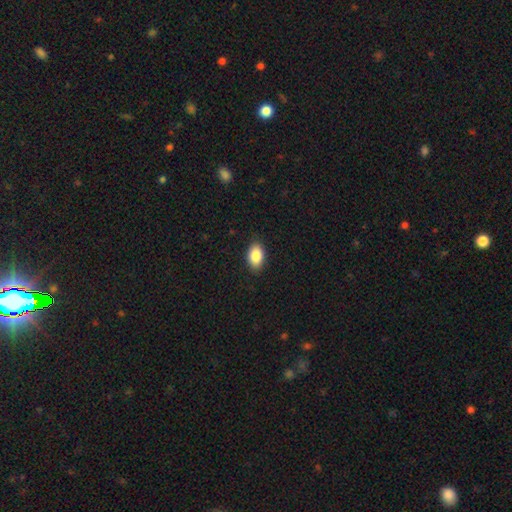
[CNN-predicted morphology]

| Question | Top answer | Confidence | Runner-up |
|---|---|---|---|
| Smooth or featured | smooth | 86% | star or artifact (7%) |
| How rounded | in between | 89% | round (9%) |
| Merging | none | 88% | minor disturbance (9%) |